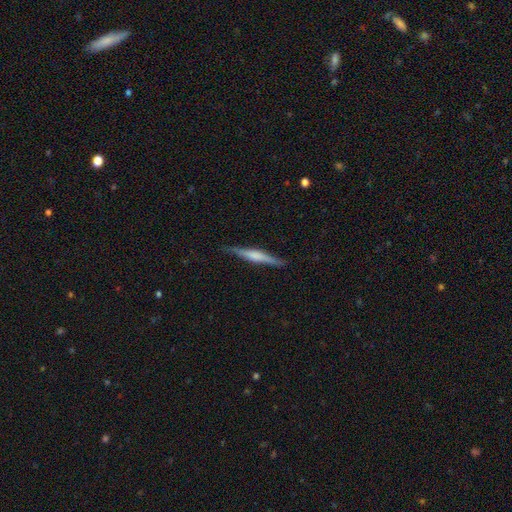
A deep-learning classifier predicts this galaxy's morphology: Q: Smooth or featured?
A: featured or disk (58%); runner-up: smooth (36%)
Q: Edge-on disk?
A: yes (97%); runner-up: no (3%)
Q: Edge-on bulge?
A: rounded (47%); runner-up: boxy (30%)
Q: Merging?
A: none (87%); runner-up: minor disturbance (10%)